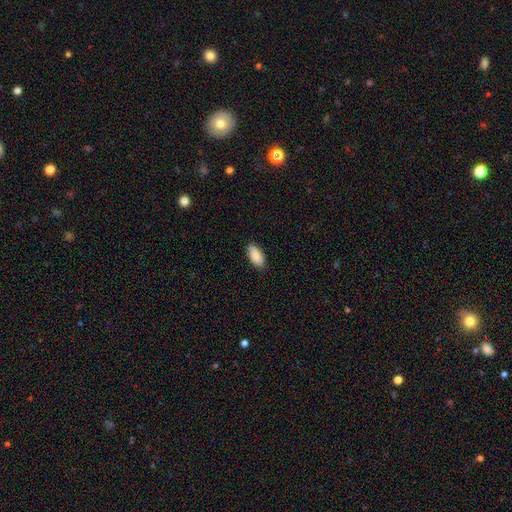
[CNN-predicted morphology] smooth 90%, star or artifact 6%, featured or disk 5%. Down the decision tree: how rounded — in between (89%); merging — none (88%).